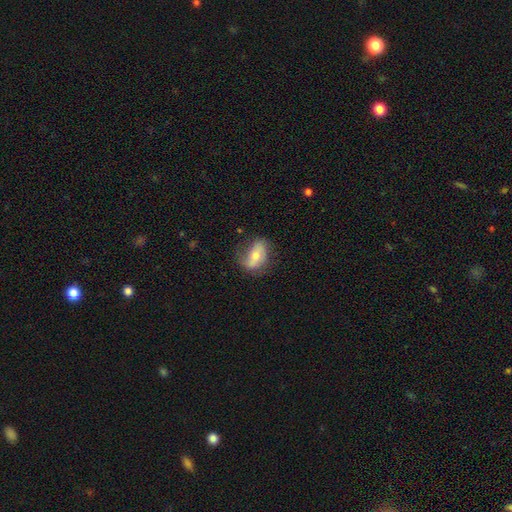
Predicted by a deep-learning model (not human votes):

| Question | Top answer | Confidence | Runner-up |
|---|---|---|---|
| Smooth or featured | smooth | 51% | featured or disk (41%) |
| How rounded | in between | 84% | round (11%) |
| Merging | none | 56% | minor disturbance (29%) |